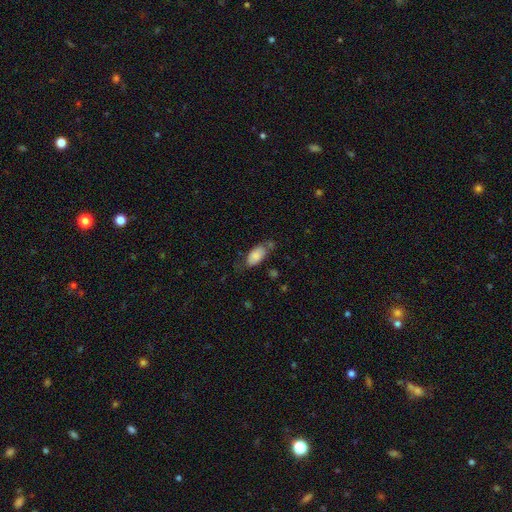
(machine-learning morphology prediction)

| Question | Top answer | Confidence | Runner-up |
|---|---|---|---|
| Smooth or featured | smooth | 80% | featured or disk (13%) |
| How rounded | in between | 91% | cigar-shaped (6%) |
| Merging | none | 53% | minor disturbance (28%) |